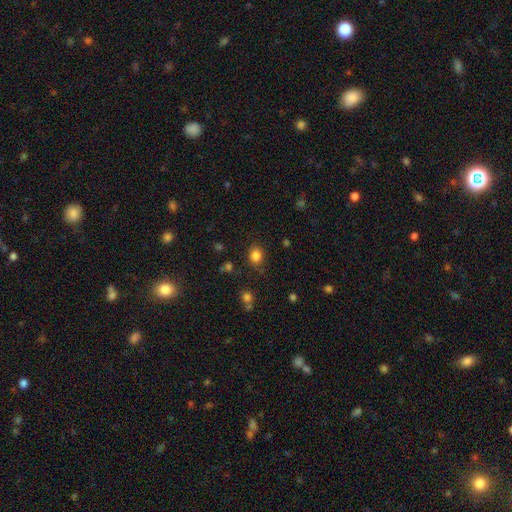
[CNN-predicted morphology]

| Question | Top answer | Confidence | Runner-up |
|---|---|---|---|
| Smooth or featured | smooth | 83% | star or artifact (12%) |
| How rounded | round | 64% | in between (35%) |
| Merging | none | 83% | minor disturbance (11%) |